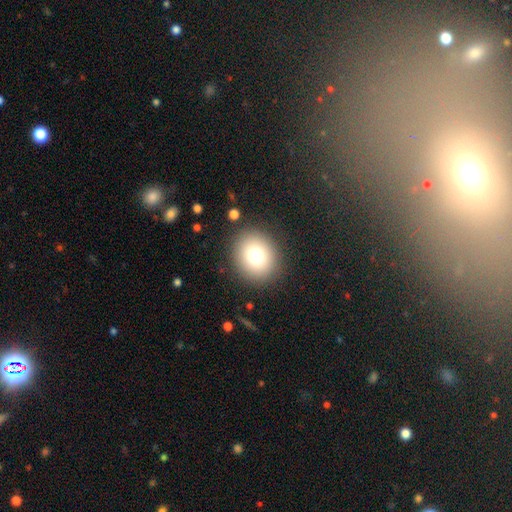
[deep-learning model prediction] This appears to be a smooth galaxy with no disk features (77%) that is round (78%). Merging: none (88%).